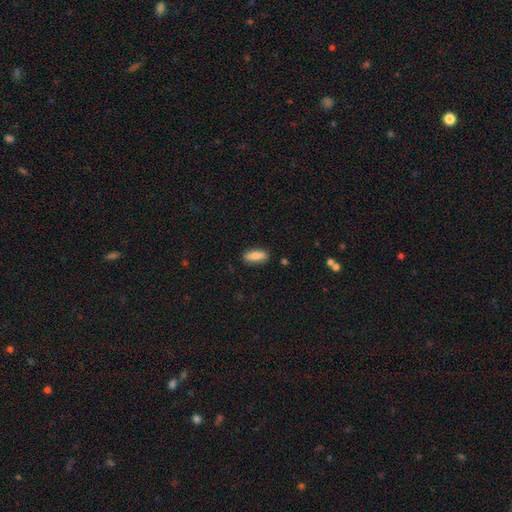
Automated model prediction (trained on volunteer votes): Smooth or featured? smooth (86%)
How rounded? in between (70%)
Merging? none (83%)